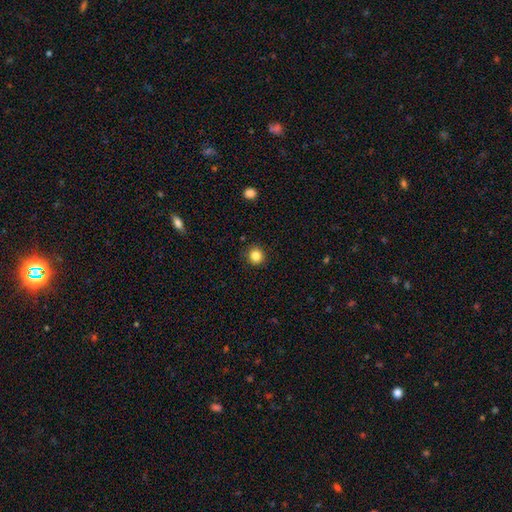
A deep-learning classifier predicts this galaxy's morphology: Overall: smooth (85%). How rounded: round (92%). Merging: none (91%).